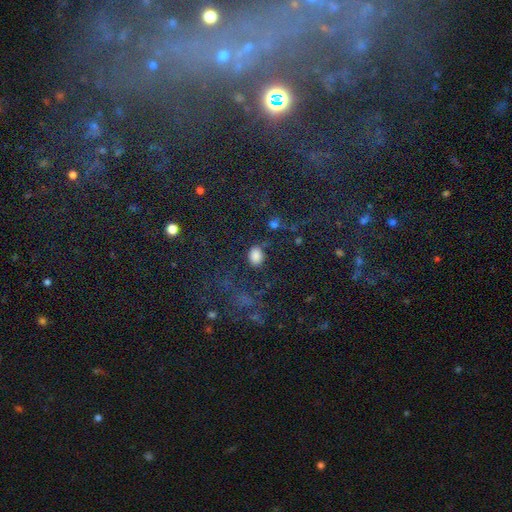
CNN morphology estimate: The model was most divided on "how rounded": in between: 66%, round: 32%, cigar-shaped: 2%. More confident: smooth or featured — smooth (81%); merging — none (78%).